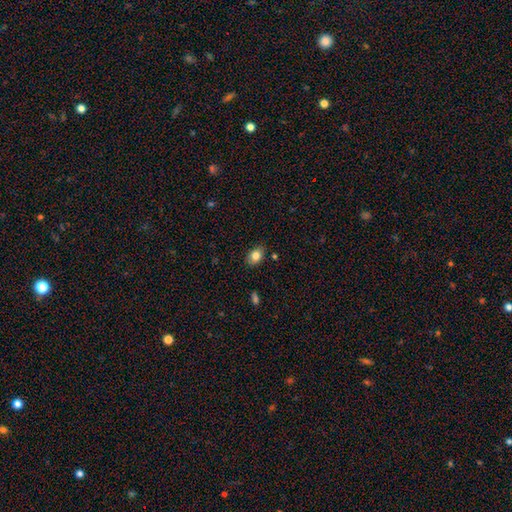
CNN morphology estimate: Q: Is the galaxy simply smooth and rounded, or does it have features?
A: smooth — 82%.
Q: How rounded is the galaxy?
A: in between — 78%.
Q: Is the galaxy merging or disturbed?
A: none — 83%.